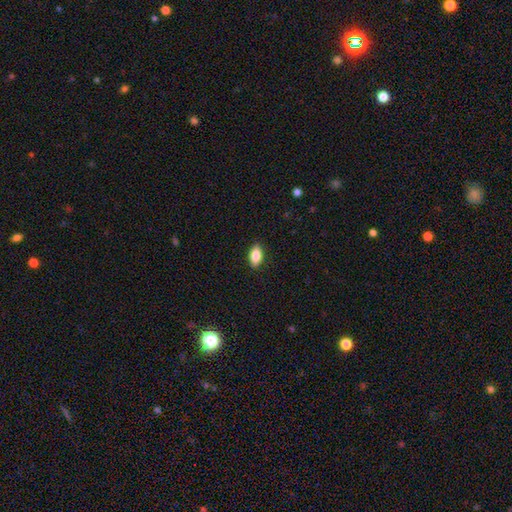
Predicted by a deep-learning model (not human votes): smooth_or_featured: smooth (p=0.81) [alt: featured or disk p=0.11]
how_rounded: in between (p=0.88) [alt: cigar-shaped p=0.08]
merging: none (p=0.89) [alt: minor disturbance p=0.08]